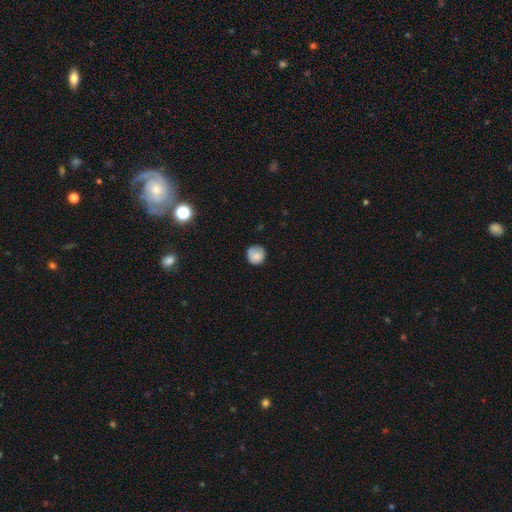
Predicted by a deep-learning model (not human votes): Smooth or featured?
  - smooth: 81% *
  - featured or disk: 10%
  - star or artifact: 9%
How rounded?
  - round: 92% *
  - in between: 7%
  - cigar-shaped: 1%
Merging?
  - none: 77% *
  - minor disturbance: 18%
  - major disturbance: 4%
  - merger: 2%